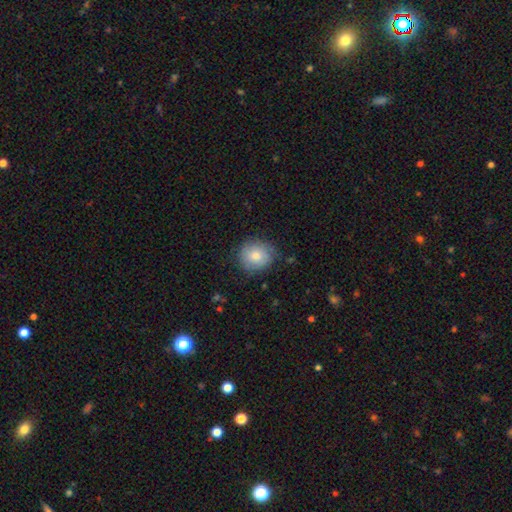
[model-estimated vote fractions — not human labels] Smooth or featured: smooth — 75% (featured or disk — 18%)
How rounded: round — 81% (in between — 18%)
Merging: none — 76% (minor disturbance — 19%)